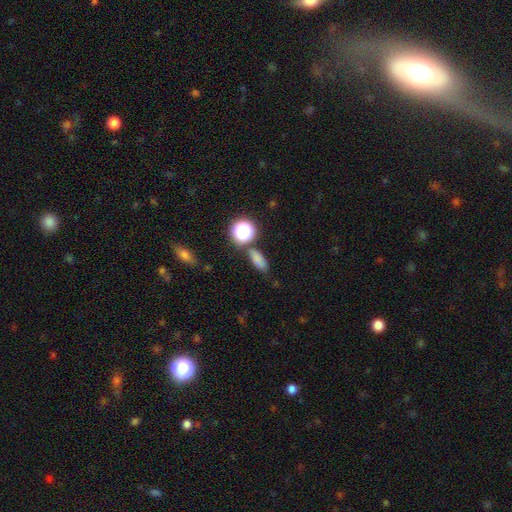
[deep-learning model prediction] Smooth or featured? smooth (47%)
Merging? none (74%)